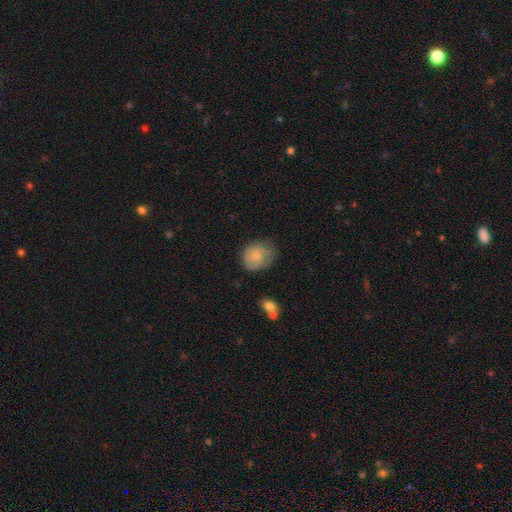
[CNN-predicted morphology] smooth-or-featured: smooth: 70% | featured or disk: 23% | star or artifact: 7%
  how-rounded: round: 65% | in between: 34% | cigar-shaped: 1%
  merging: none: 54% | minor disturbance: 32% | major disturbance: 12% | merger: 2%